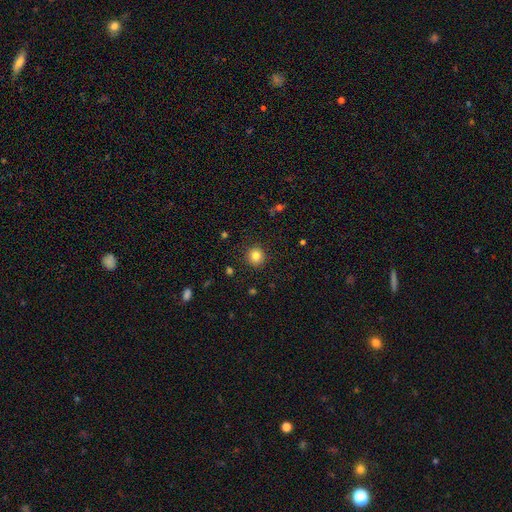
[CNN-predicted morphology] Smooth or featured? Predicted: smooth (p=0.83). How rounded? Predicted: round (p=0.91). Merging? Predicted: none (p=0.90).